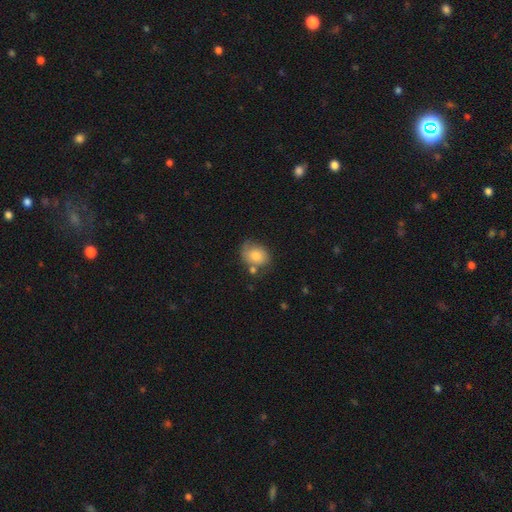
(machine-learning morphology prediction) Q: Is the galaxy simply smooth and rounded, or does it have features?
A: smooth — 69%.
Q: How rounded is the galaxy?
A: in between — 55%.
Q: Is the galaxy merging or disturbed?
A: none — 55%.